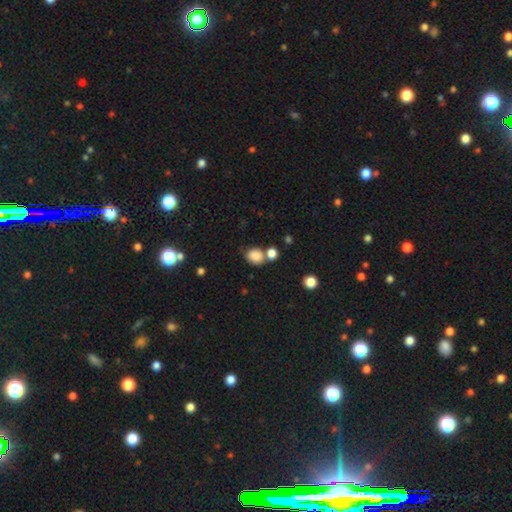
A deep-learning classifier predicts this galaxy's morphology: smooth-or-featured: smooth: 84% | star or artifact: 11% | featured or disk: 5%
  how-rounded: round: 65% | in between: 34% | cigar-shaped: 1%
  merging: none: 58% | merger: 24% | minor disturbance: 13% | major disturbance: 5%